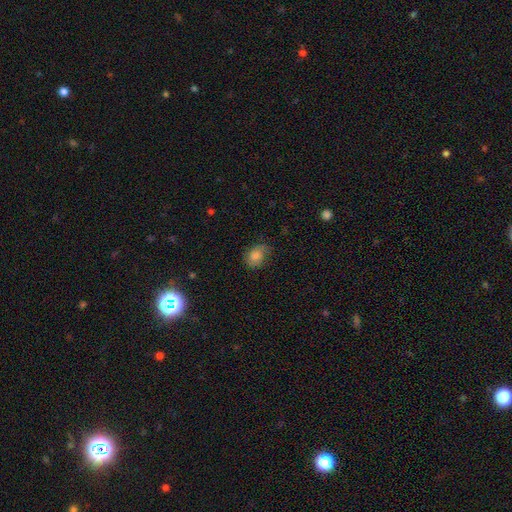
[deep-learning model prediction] Overall: smooth (79%). How rounded: in between (67%; round 32%). Merging: none (64%; minor disturbance 27%).